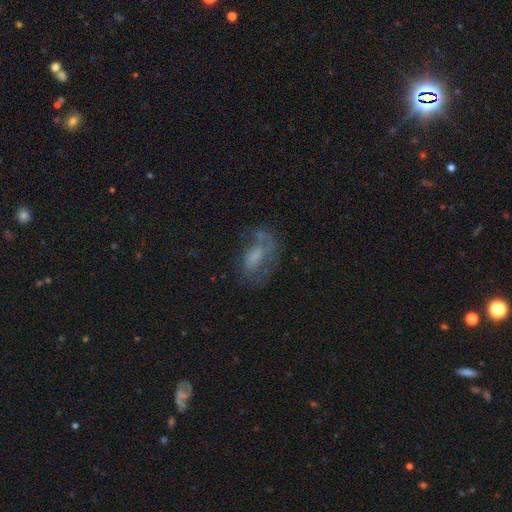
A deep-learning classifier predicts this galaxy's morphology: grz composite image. It shows a featured or disk galaxy (54%) with no bar (64%), spiral arms (59%) and no central bulge (34%). Merging: none (43%).